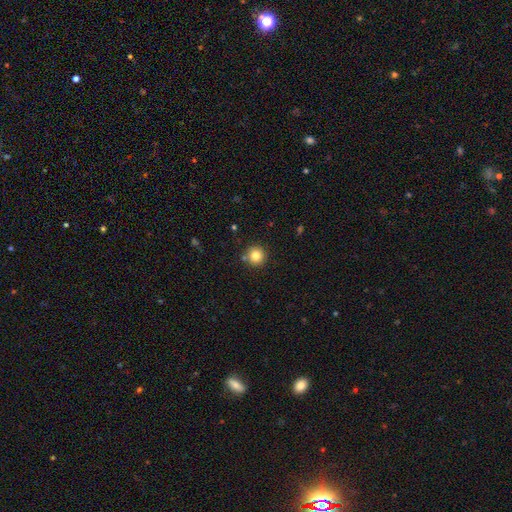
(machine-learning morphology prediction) Q: Smooth or featured?
A: smooth (82%); runner-up: star or artifact (11%)
Q: How rounded?
A: round (95%); runner-up: in between (4%)
Q: Merging?
A: none (86%); runner-up: minor disturbance (7%)